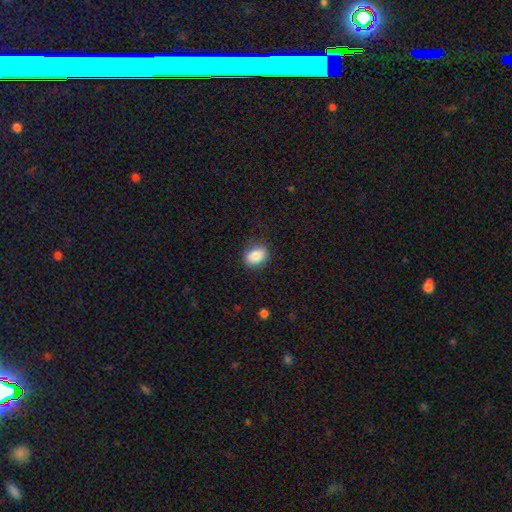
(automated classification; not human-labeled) A smooth galaxy with no disk features (85%) that is in between round and cigar-shaped (75%).

Vote fractions:
- Smooth or featured? smooth: 85% / star or artifact: 8% / featured or disk: 7%
- How rounded? in between: 75% / round: 24% / cigar-shaped: 2%
- Merging? none: 83% / minor disturbance: 12% / major disturbance: 3% / merger: 1%